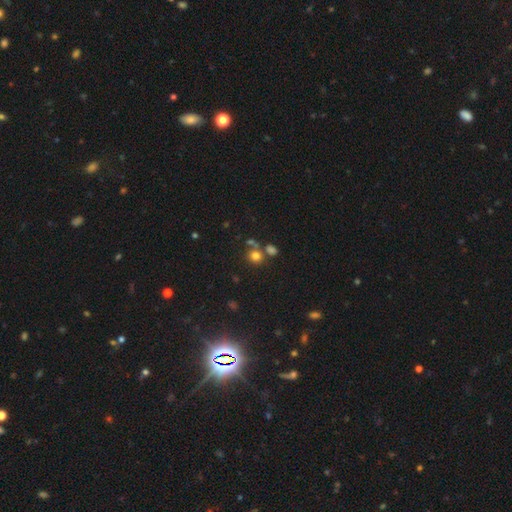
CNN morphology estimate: Overall: smooth (74%). How rounded: round (83%). Merging: none (59%; merger 26%).